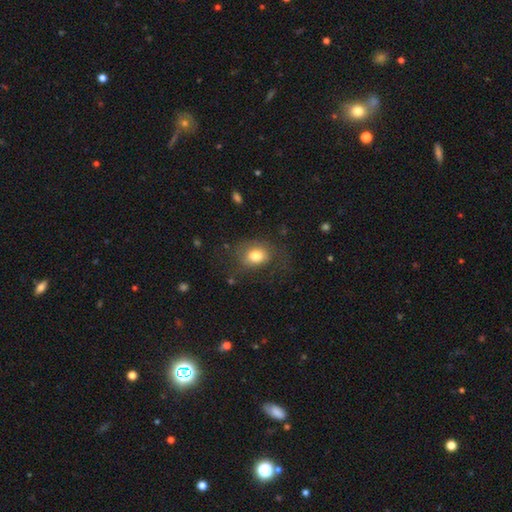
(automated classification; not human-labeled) Overall: smooth (77%). How rounded: in between (55%; round 44%). Merging: none (60%; minor disturbance 21%).